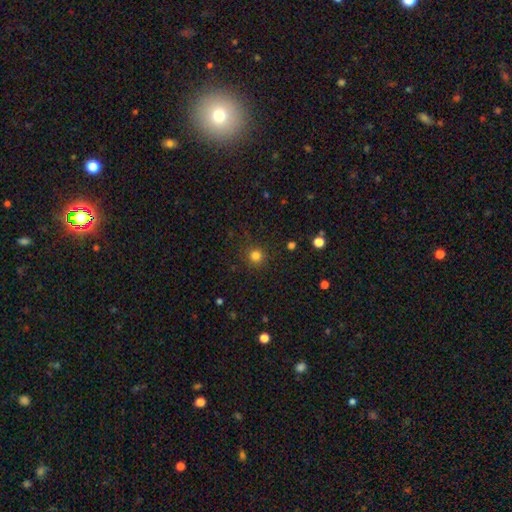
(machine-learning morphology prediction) A smooth galaxy with no disk features (81%) that is round (93%).

Vote fractions:
- Smooth or featured? smooth: 81% / star or artifact: 14% / featured or disk: 5%
- How rounded? round: 93% / in between: 6% / cigar-shaped: 1%
- Merging? none: 88% / minor disturbance: 7% / major disturbance: 3% / merger: 1%